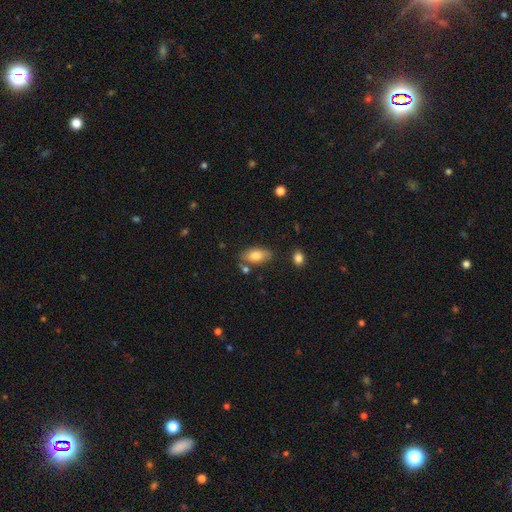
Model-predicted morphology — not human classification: Smooth or featured? smooth (79%)
How rounded? in between (90%)
Merging? none (75%)